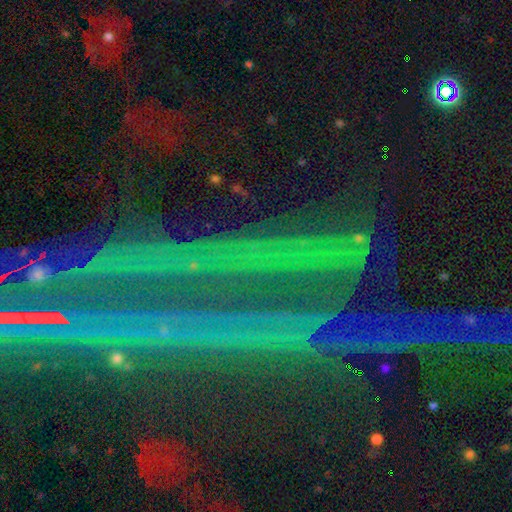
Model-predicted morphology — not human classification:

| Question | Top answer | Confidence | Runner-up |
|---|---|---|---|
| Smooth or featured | star or artifact | 80% | featured or disk (12%) |